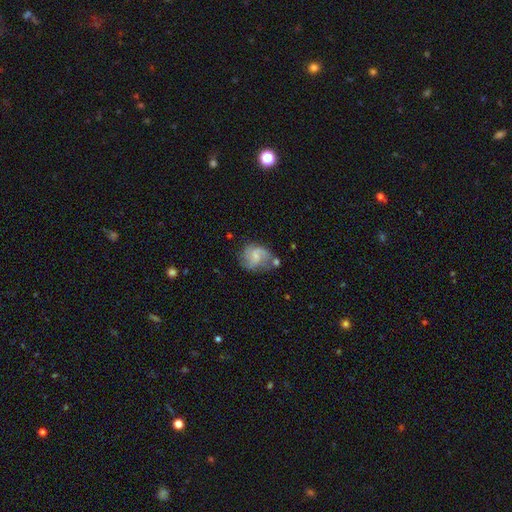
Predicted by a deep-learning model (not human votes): Smooth or featured? featured or disk (64%)
Edge-on disk? no (98%)
Bar? weak (47%)
Spiral arms? yes (89%)
Spiral winding? medium (47%)
Spiral arm count? 2 (65%)
Bulge size? small (50%)
Merging? none (49%)